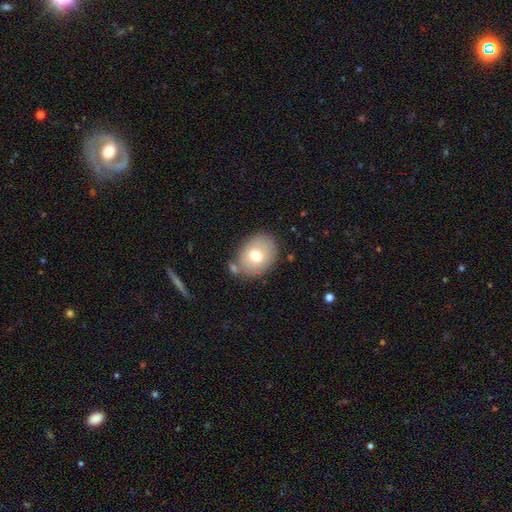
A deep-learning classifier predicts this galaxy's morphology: Smooth or featured? Predicted: smooth (p=0.71). How rounded? Predicted: in between (p=0.61). Merging? Predicted: none (p=0.73).